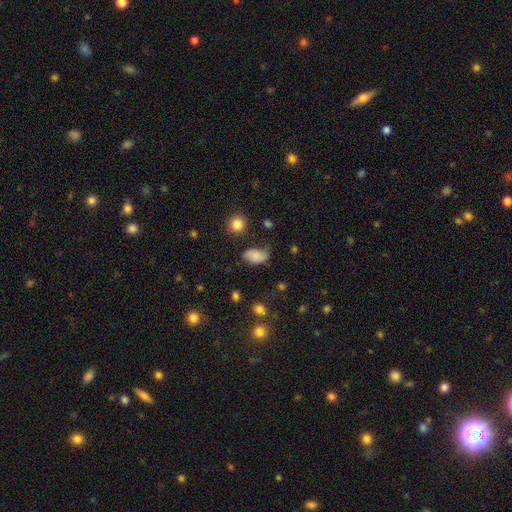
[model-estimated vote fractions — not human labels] Smooth or featured? smooth (75%)
How rounded? in between (89%)
Merging? none (54%)